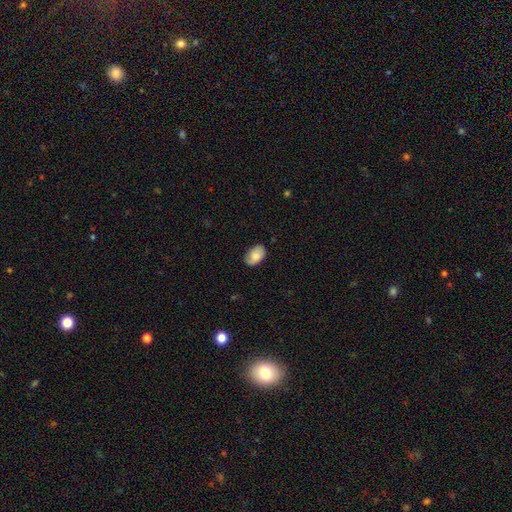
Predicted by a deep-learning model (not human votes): Smooth or featured? Predicted: smooth (p=0.78). How rounded? Predicted: in between (p=0.89). Merging? Predicted: none (p=0.76).